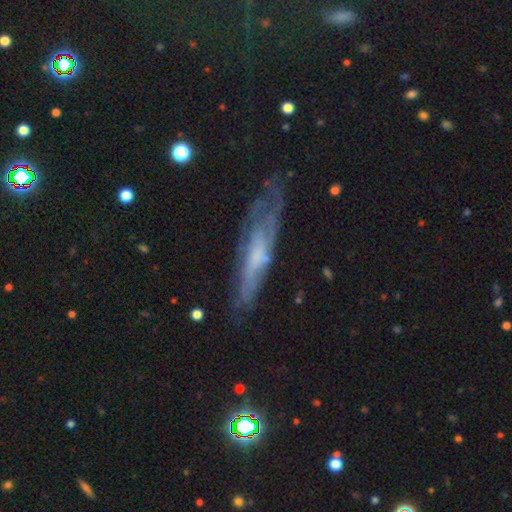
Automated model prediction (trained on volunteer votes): Overall: featured or disk (63%; smooth 29%). Edge-on disk: yes (52%; no 48%). Merging: none (60%; minor disturbance 25%).